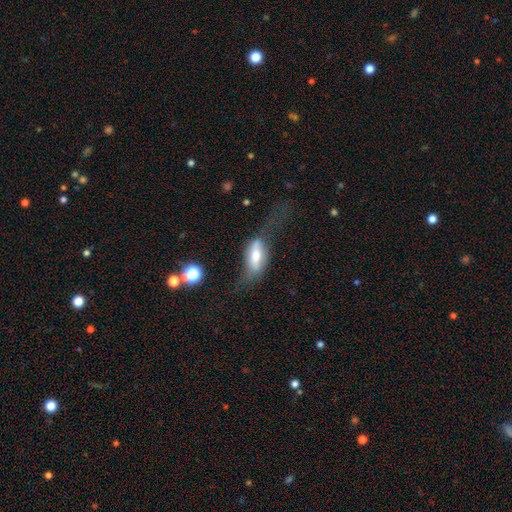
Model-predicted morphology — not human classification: This appears to be a smooth galaxy with no disk features (47%). Merging: major disturbance (39%).